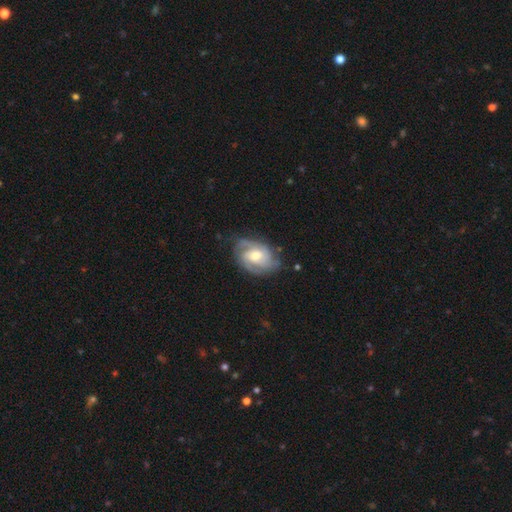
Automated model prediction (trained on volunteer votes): Smooth or featured?
  - featured or disk: 80% *
  - smooth: 15%
  - star or artifact: 5%
Edge-on disk?
  - no: 97% *
  - yes: 3%
Bar?
  - no: 57% *
  - weak: 35%
  - strong: 8%
Spiral arms?
  - yes: 94% *
  - no: 6%
Spiral winding?
  - tight: 49% *
  - medium: 39%
  - loose: 11%
Spiral arm count?
  - 3: 32% *
  - 2: 29%
  - can't tell: 23%
  - 4: 8%
  - 1: 4%
  - more than 4: 4%
Bulge size?
  - moderate: 65% *
  - small: 25%
  - large: 8%
  - none: 1%
  - dominant: 1%
Merging?
  - none: 68% *
  - minor disturbance: 22%
  - major disturbance: 8%
  - merger: 1%